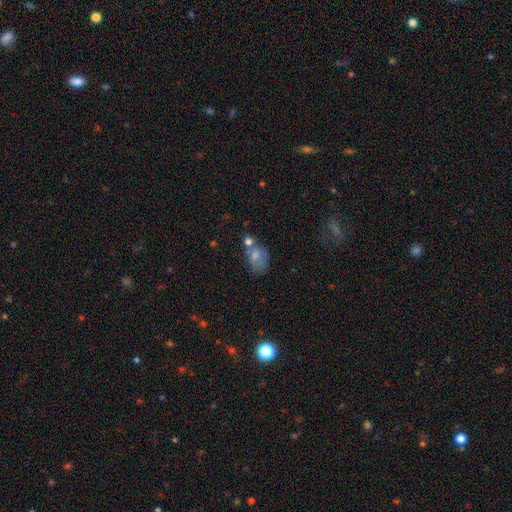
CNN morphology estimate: Overall: smooth (66%). How rounded: in between (80%). Merging: none (34%; merger 28%).